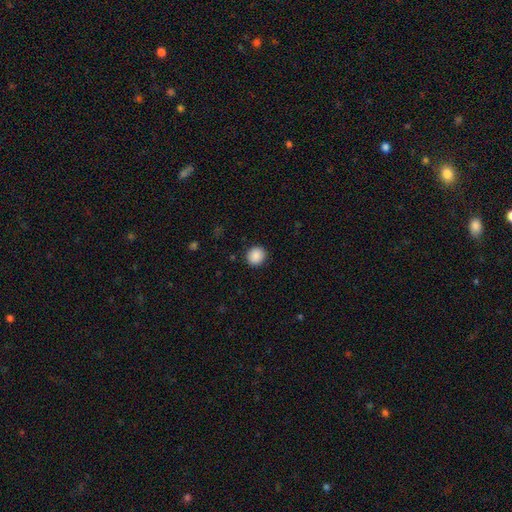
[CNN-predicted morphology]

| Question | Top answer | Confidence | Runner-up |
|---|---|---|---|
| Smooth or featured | smooth | 88% | star or artifact (8%) |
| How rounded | round | 86% | in between (13%) |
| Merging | none | 91% | minor disturbance (6%) |